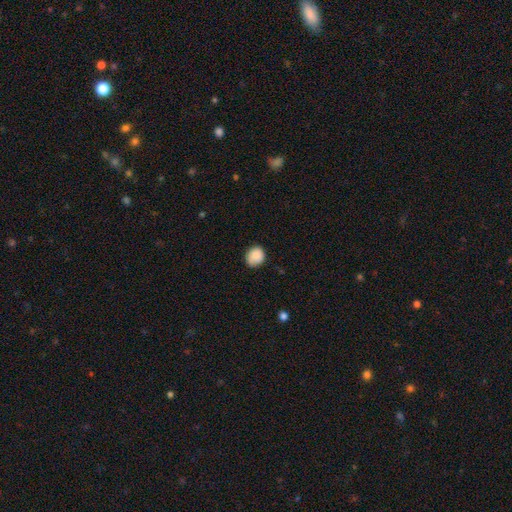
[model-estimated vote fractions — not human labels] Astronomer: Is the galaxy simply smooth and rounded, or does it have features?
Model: smooth — 87%.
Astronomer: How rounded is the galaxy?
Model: round — 71%.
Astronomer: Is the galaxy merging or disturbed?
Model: none — 78%.